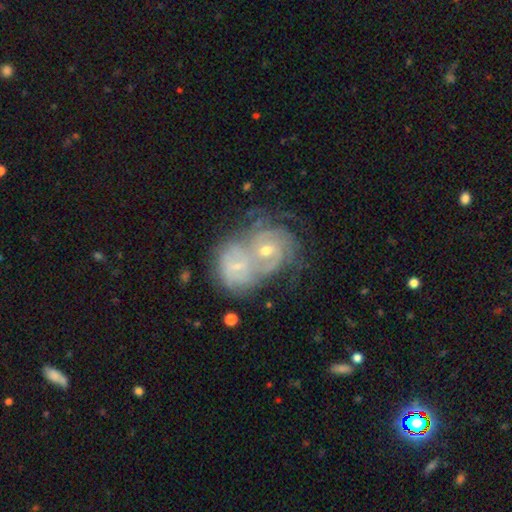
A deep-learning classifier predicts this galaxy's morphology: Smooth or featured? Predicted: featured or disk (p=0.72). Edge-on disk? Predicted: no (p=0.97). Bar? Predicted: no (p=0.68). Spiral arms? Predicted: yes (p=0.87). Spiral winding? Predicted: tight (p=0.66). Spiral arm count? Predicted: can't tell (p=0.39). Bulge size? Predicted: small (p=0.63). Merging? Predicted: merger (p=0.62).